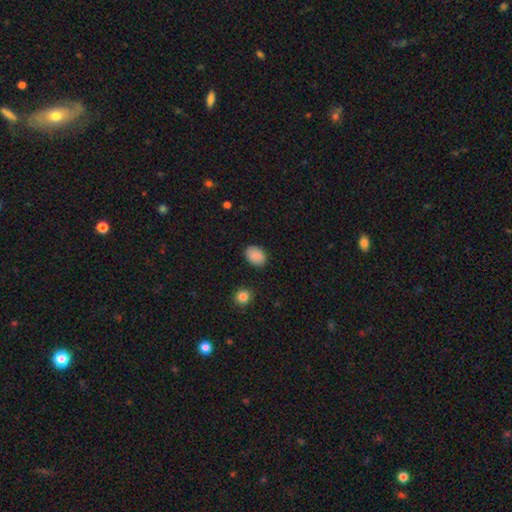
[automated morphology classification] type=smooth (88%); roundness=in between (71%); merging=none (87%).